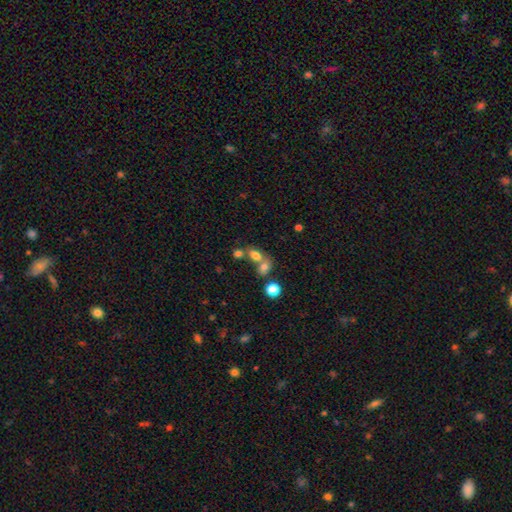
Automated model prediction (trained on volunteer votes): Smooth or featured? Predicted: smooth (p=0.72). How rounded? Predicted: in between (p=0.64). Merging? Predicted: merger (p=0.56).